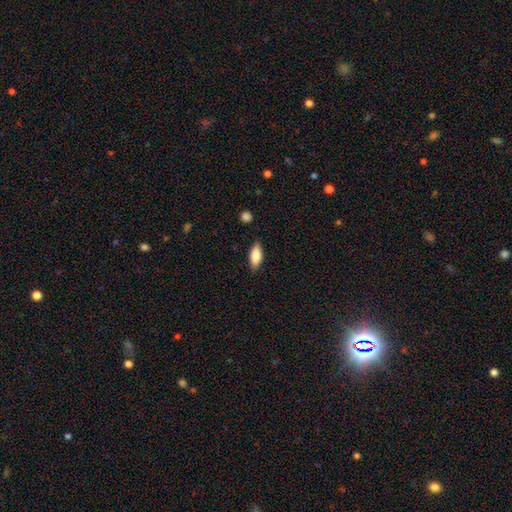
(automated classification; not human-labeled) Smooth or featured: smooth — 82% (featured or disk — 11%)
How rounded: in between — 81% (cigar-shaped — 17%)
Merging: none — 84% (minor disturbance — 12%)